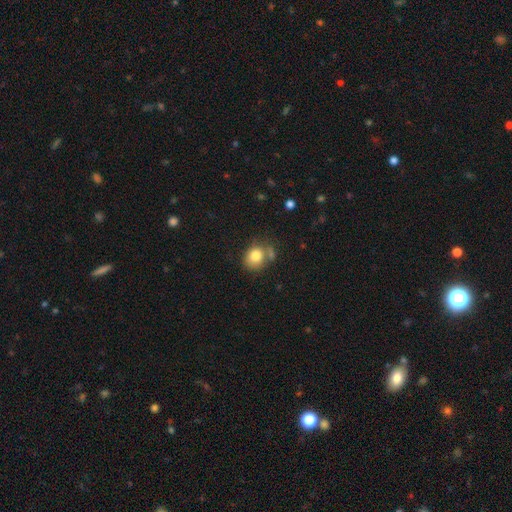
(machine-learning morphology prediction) type=smooth (81%); roundness=round (62%); merging=none (55%).